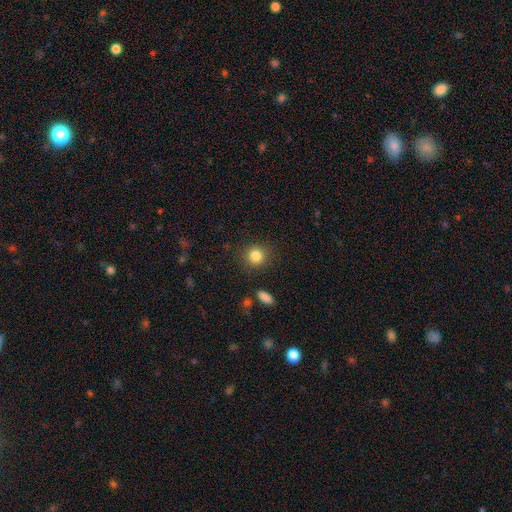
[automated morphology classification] A smooth galaxy with no disk features (84%) that is round (88%).

Vote fractions:
- Smooth or featured? smooth: 84% / star or artifact: 11% / featured or disk: 6%
- How rounded? round: 88% / in between: 11% / cigar-shaped: 1%
- Merging? none: 87% / minor disturbance: 8% / major disturbance: 3% / merger: 2%